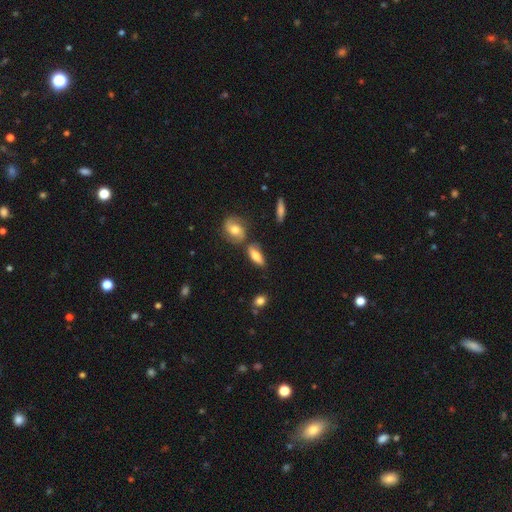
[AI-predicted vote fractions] Q: Smooth or featured?
A: smooth (67%); runner-up: featured or disk (25%)
Q: How rounded?
A: in between (59%); runner-up: cigar-shaped (37%)
Q: Merging?
A: none (64%); runner-up: minor disturbance (18%)